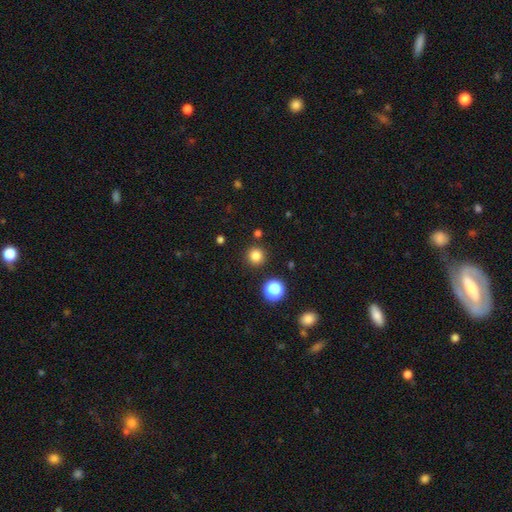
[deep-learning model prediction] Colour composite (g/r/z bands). It shows a smooth galaxy with no disk features (82%) that is round (95%). Merging: none (90%).